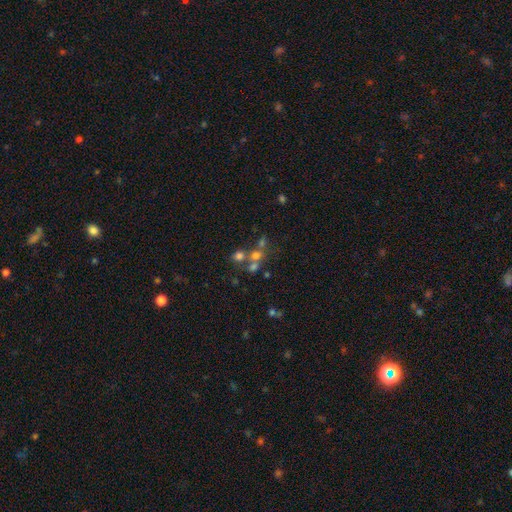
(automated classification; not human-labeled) smooth 55%, star or artifact 24%, featured or disk 21%. Down the decision tree: how rounded — round (78%); merging — merger (45%).